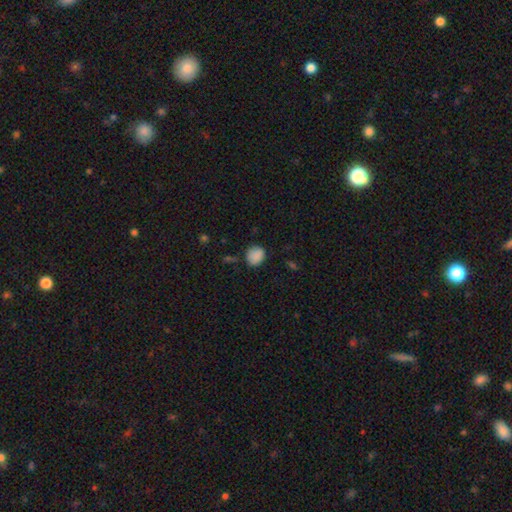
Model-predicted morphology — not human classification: smooth 87%, star or artifact 9%, featured or disk 4%. Down the decision tree: how rounded — round (70%); merging — none (76%).